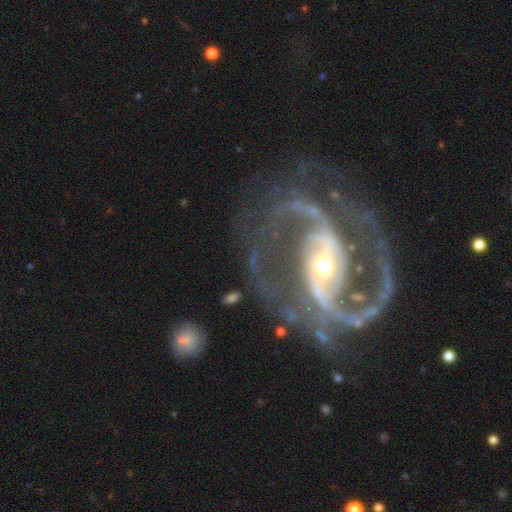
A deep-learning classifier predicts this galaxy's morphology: The model was most divided on "bulge size": moderate: 50%, small: 44%, large: 5%, dominant: 1%, none: 1%. Remaining: spiral arms — yes (98%); edge-on disk — no (98%); smooth or featured — featured or disk (93%); spiral arm count — 2 (87%); merging — none (69%); spiral winding — medium (59%); bar — strong (49%).